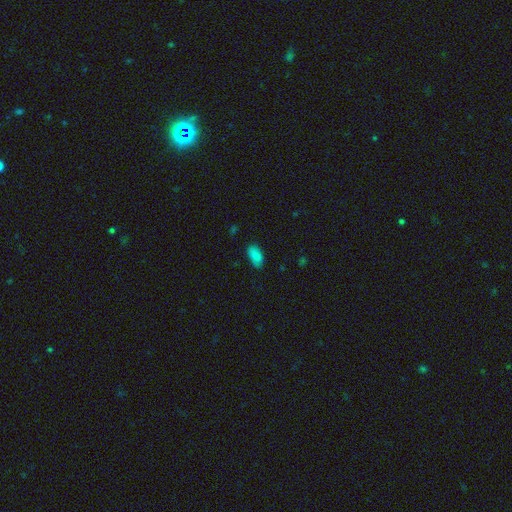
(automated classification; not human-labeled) smooth 86%, star or artifact 8%, featured or disk 6%. Down the decision tree: how rounded — in between (92%); merging — none (79%).